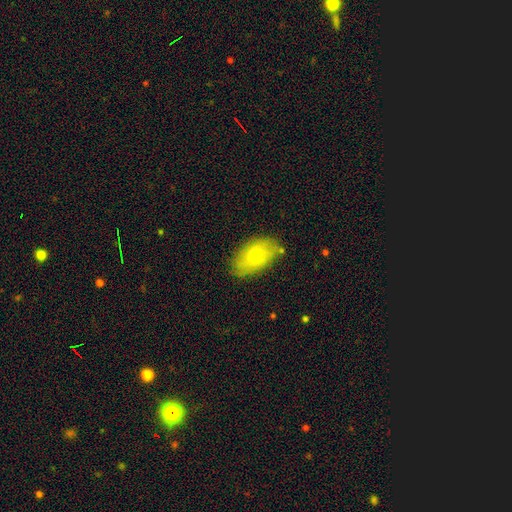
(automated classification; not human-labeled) smooth-or-featured: smooth: 69% | featured or disk: 24% | star or artifact: 7%
  how-rounded: in between: 92% | round: 6% | cigar-shaped: 2%
  merging: none: 76% | minor disturbance: 18% | major disturbance: 4% | merger: 3%